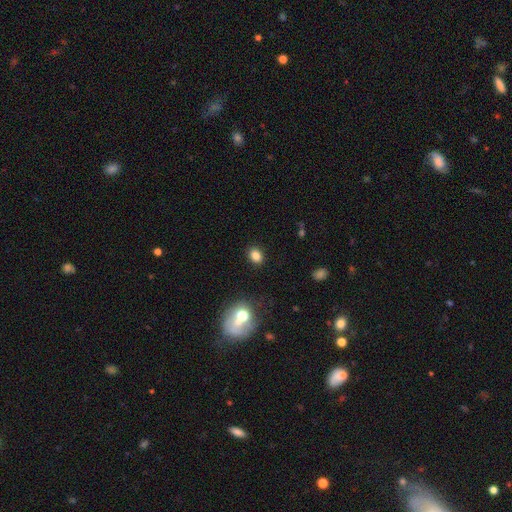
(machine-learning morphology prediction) smooth 82%, star or artifact 13%, featured or disk 6%. Down the decision tree: how rounded — in between (60%); merging — none (87%).